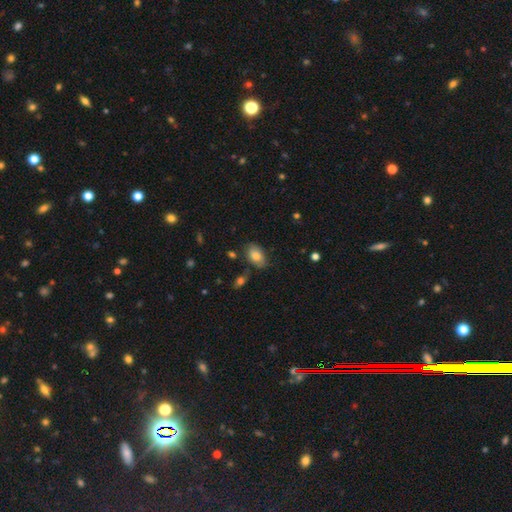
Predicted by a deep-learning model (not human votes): Morphology: type=smooth (79%); roundness=in between (88%); merging=none (67%).